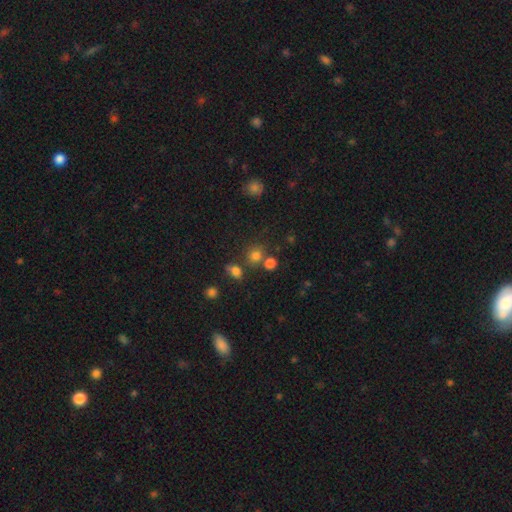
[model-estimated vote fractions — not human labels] smooth_or_featured: smooth (p=0.75) [alt: star or artifact p=0.18]
how_rounded: round (p=0.81) [alt: in between p=0.18]
merging: none (p=0.68) [alt: merger p=0.18]